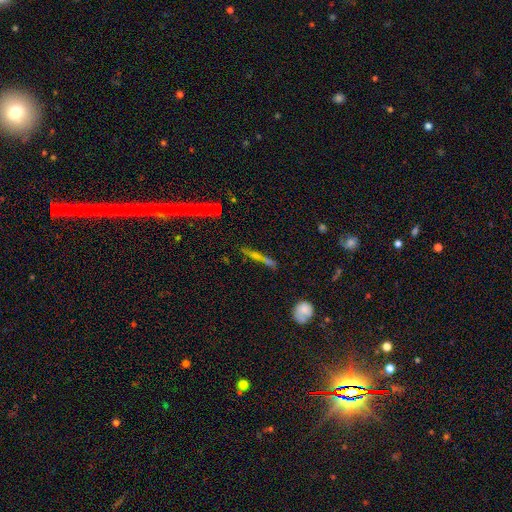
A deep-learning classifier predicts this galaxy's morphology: This is marginally a featured or disk galaxy (42%). Merging: likely none (63%).